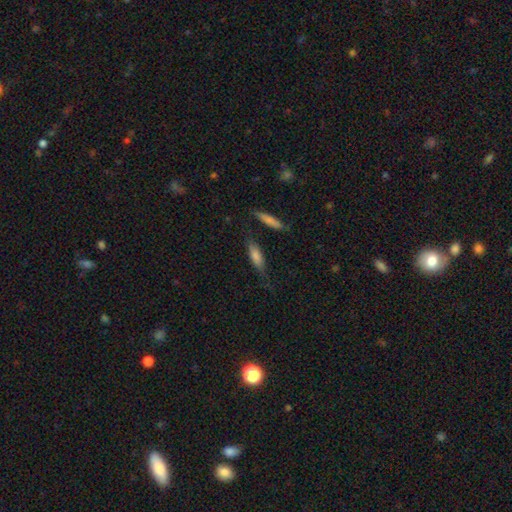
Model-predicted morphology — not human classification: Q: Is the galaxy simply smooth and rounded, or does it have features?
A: smooth — 71%.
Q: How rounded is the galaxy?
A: cigar-shaped — 61%.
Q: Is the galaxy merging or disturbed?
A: none — 71%.